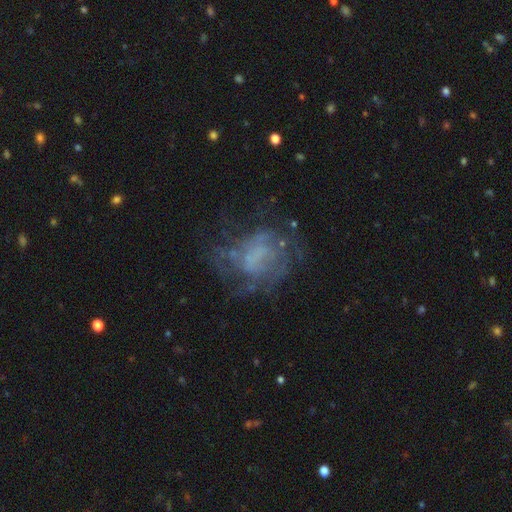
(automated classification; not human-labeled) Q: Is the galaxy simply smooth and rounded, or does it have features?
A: featured or disk — 62%.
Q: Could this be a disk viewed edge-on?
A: no — 98%.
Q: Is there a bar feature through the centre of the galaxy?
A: no — 72%.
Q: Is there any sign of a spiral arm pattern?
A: no — 52%.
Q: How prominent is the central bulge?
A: none — 63%.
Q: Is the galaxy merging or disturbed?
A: none — 51%.